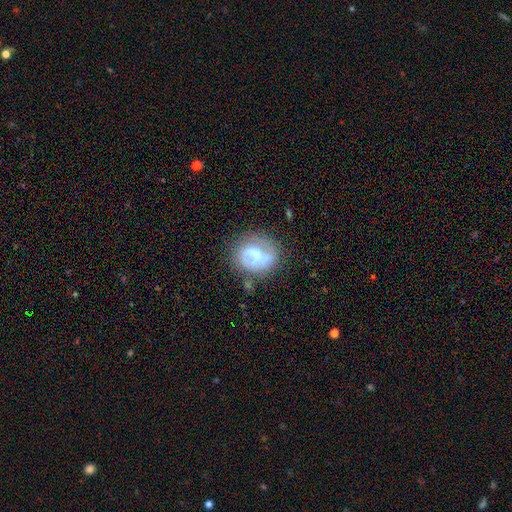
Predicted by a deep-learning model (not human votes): Q: Smooth or featured?
A: featured or disk (56%); runner-up: smooth (35%)
Q: Edge-on disk?
A: no (97%); runner-up: yes (3%)
Q: Bar?
A: no (41%); runner-up: weak (40%)
Q: Spiral arms?
A: yes (59%); runner-up: no (41%)
Q: Bulge size?
A: moderate (39%); runner-up: small (27%)
Q: Merging?
A: none (57%); runner-up: minor disturbance (23%)